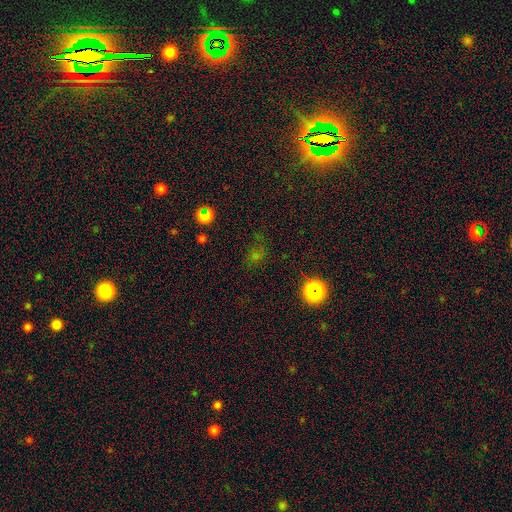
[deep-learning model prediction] Overall: star or artifact (52%; smooth 38%).